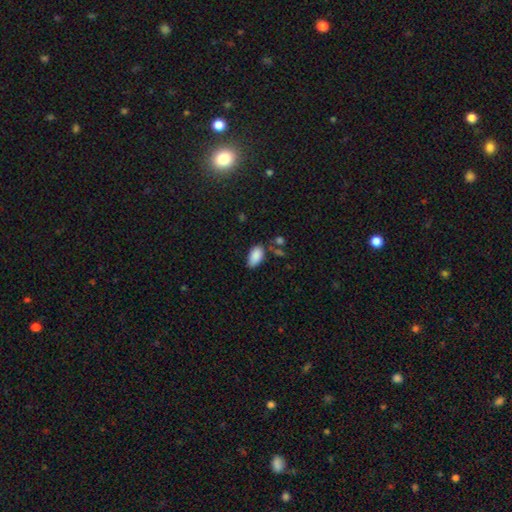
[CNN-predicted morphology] Smooth or featured? Predicted: smooth (p=0.88). How rounded? Predicted: in between (p=0.94). Merging? Predicted: none (p=0.72).